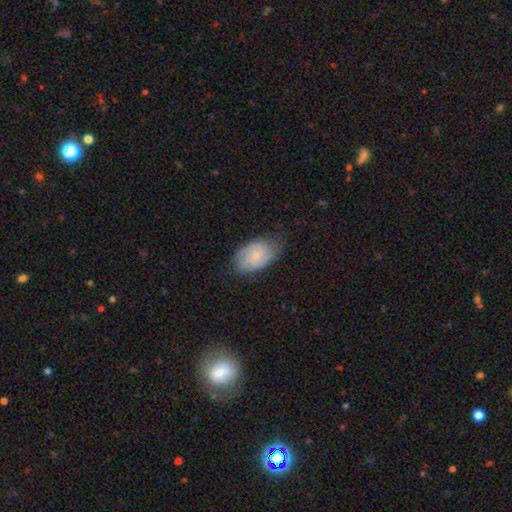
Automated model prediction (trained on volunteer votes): Smooth or featured? featured or disk (59%)
Edge-on disk? no (96%)
Bar? no (67%)
Spiral arms? yes (90%)
Spiral winding? tight (43%)
Spiral arm count? 2 (49%)
Bulge size? small (71%)
Merging? none (67%)